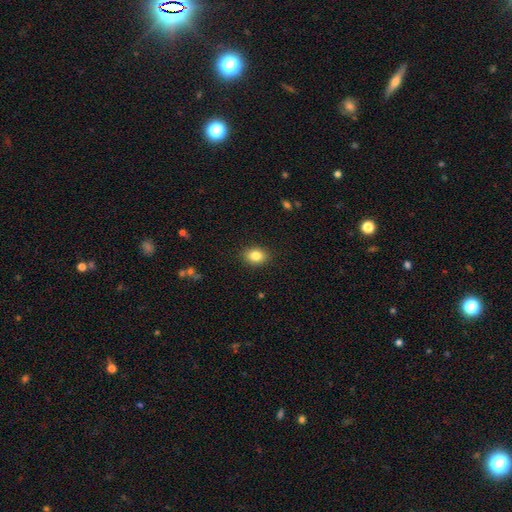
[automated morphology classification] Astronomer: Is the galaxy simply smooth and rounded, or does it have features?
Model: smooth — 84%.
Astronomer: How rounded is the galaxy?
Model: in between — 65%.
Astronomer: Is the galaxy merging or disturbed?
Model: none — 89%.